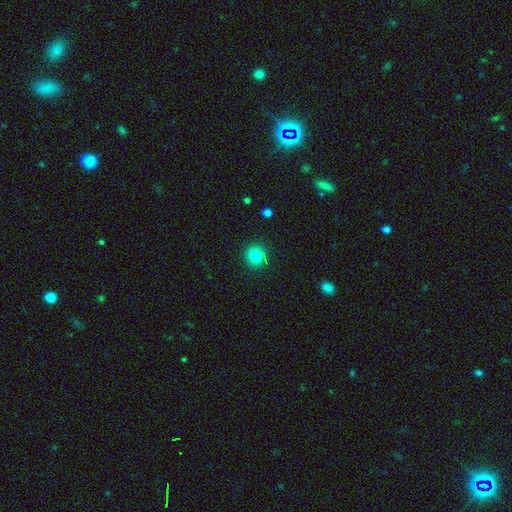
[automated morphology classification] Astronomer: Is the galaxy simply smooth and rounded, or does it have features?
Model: smooth — 81%.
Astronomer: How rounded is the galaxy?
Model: round — 90%.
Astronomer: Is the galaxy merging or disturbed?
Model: none — 86%.